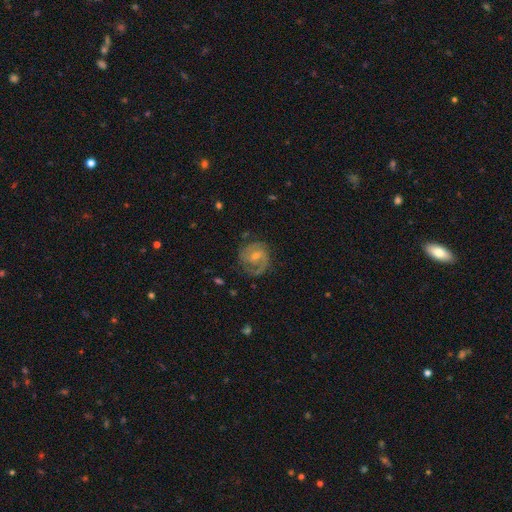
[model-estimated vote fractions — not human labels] This appears to be a featured or disk galaxy (84%) with a weak bar (50%), 2 (74%) medium (47%) spiral arms (96%) and a small central bulge (56%). Merging: none (76%).